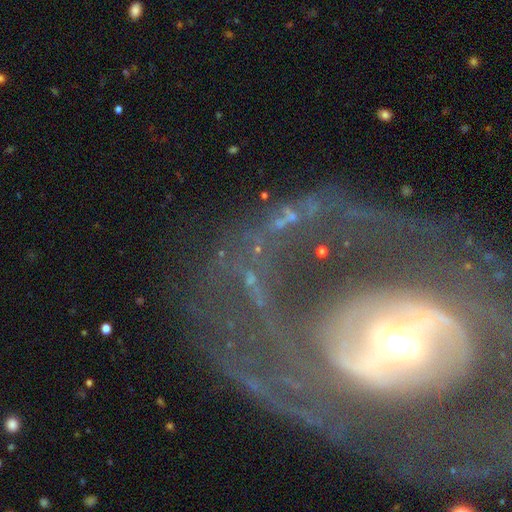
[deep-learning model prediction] Q: Smooth or featured?
A: featured or disk (78%); runner-up: star or artifact (11%)
Q: Edge-on disk?
A: no (94%); runner-up: yes (6%)
Q: Bar?
A: strong (40%); runner-up: no (32%)
Q: Spiral arms?
A: yes (73%); runner-up: no (27%)
Q: Spiral winding?
A: tight (37%); runner-up: medium (33%)
Q: Spiral arm count?
A: 2 (45%); runner-up: can't tell (25%)
Q: Bulge size?
A: moderate (58%); runner-up: small (23%)
Q: Merging?
A: none (50%); runner-up: major disturbance (31%)